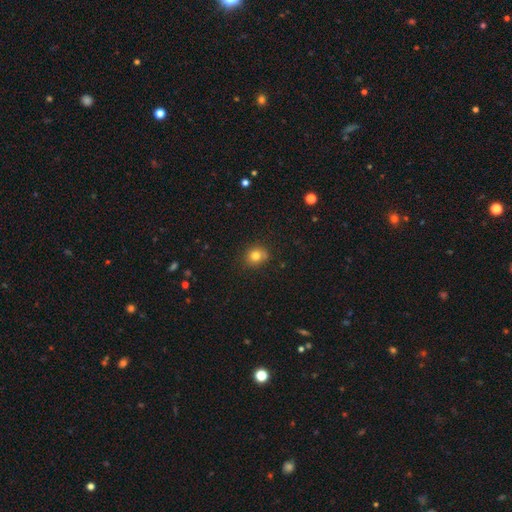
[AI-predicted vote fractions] Morphology: type=smooth (79%); roundness=round (79%); merging=none (79%).